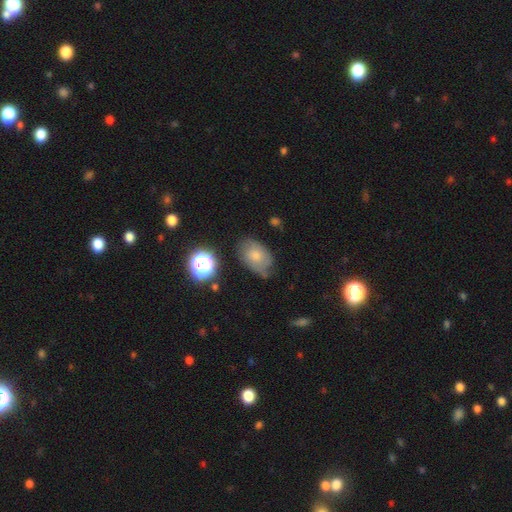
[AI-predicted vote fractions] Smooth or featured?
  - smooth: 59% *
  - featured or disk: 29%
  - star or artifact: 11%
How rounded?
  - in between: 77% *
  - round: 22%
  - cigar-shaped: 1%
Merging?
  - none: 50% *
  - minor disturbance: 34%
  - major disturbance: 12%
  - merger: 3%